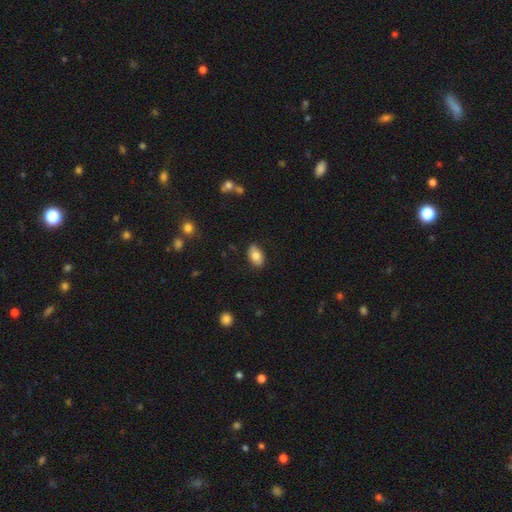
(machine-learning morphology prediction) Smooth or featured?
  - smooth: 80% *
  - featured or disk: 12%
  - star or artifact: 7%
How rounded?
  - in between: 91% *
  - round: 7%
  - cigar-shaped: 2%
Merging?
  - none: 84% *
  - minor disturbance: 13%
  - major disturbance: 2%
  - merger: 1%